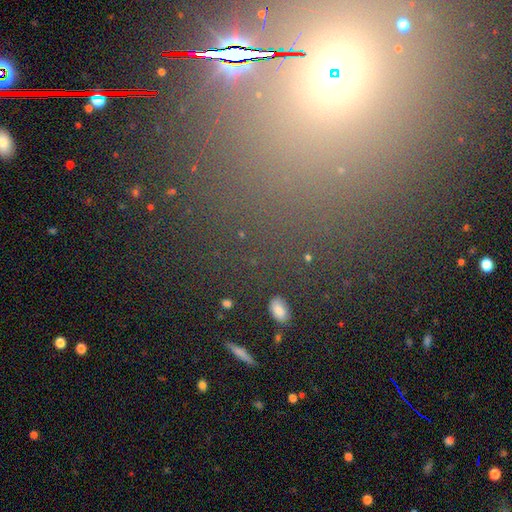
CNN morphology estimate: smooth_or_featured: star or artifact (p=0.68) [alt: smooth p=0.23]